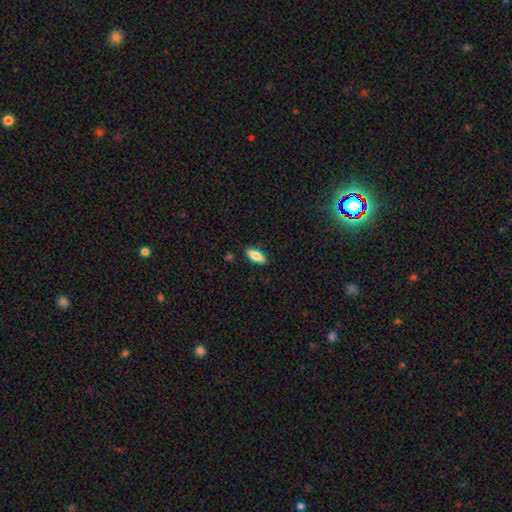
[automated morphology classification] smooth-or-featured: smooth: 83% | featured or disk: 11% | star or artifact: 6%
  how-rounded: in between: 76% | cigar-shaped: 22% | round: 2%
  merging: none: 88% | minor disturbance: 9% | major disturbance: 2% | merger: 1%